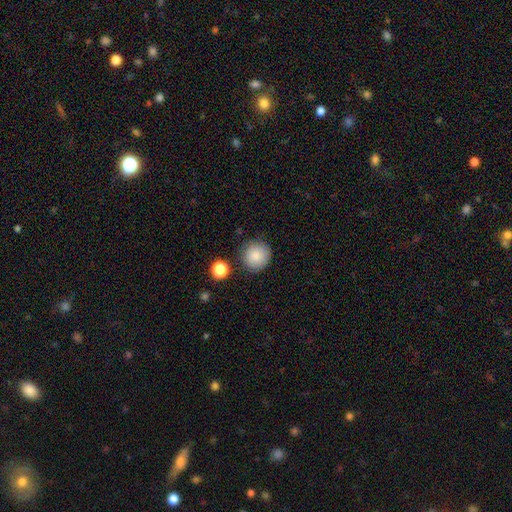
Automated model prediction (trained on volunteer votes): smooth_or_featured: smooth (p=0.86) [alt: star or artifact p=0.08]
how_rounded: round (p=0.93) [alt: in between p=0.06]
merging: none (p=0.85) [alt: minor disturbance p=0.09]